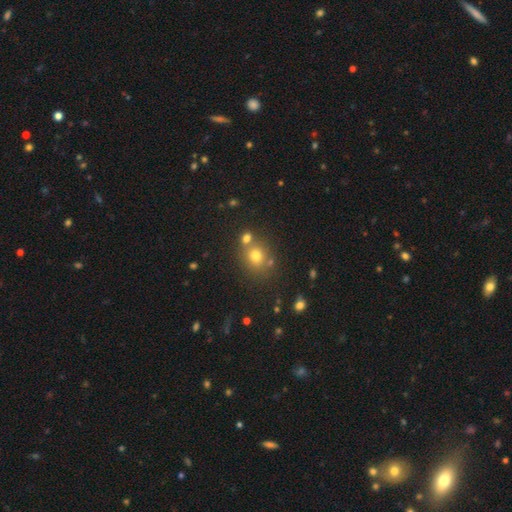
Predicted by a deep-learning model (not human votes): smooth-or-featured: smooth: 72% | star or artifact: 18% | featured or disk: 11%
  how-rounded: round: 77% | in between: 22% | cigar-shaped: 1%
  merging: none: 64% | merger: 23% | minor disturbance: 10% | major disturbance: 3%